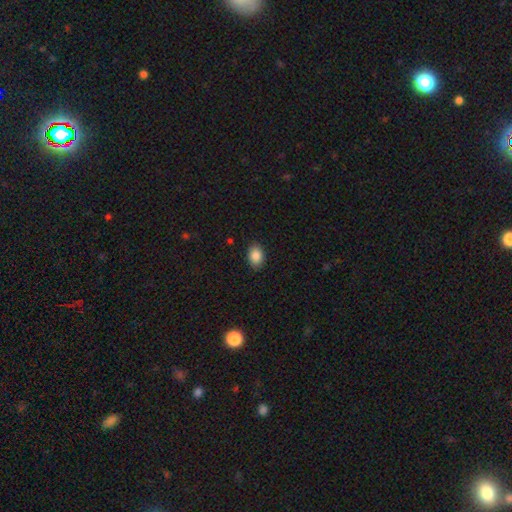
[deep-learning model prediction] smooth_or_featured: smooth (p=0.87) [alt: star or artifact p=0.08]
how_rounded: in between (p=0.81) [alt: round p=0.18]
merging: none (p=0.88) [alt: minor disturbance p=0.09]